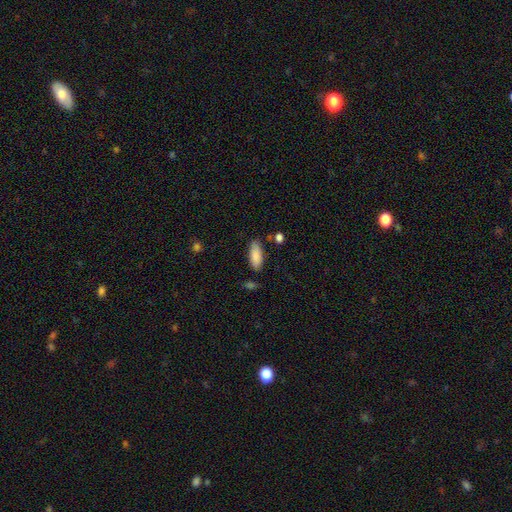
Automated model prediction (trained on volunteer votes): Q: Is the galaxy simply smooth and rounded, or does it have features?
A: smooth — 88%.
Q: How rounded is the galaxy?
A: in between — 74%.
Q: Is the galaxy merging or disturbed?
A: none — 79%.